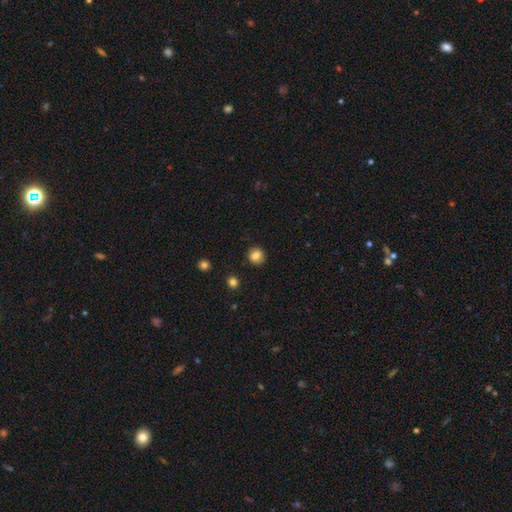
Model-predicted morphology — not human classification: smooth 84%, star or artifact 11%, featured or disk 6%. Down the decision tree: how rounded — round (91%); merging — none (91%).